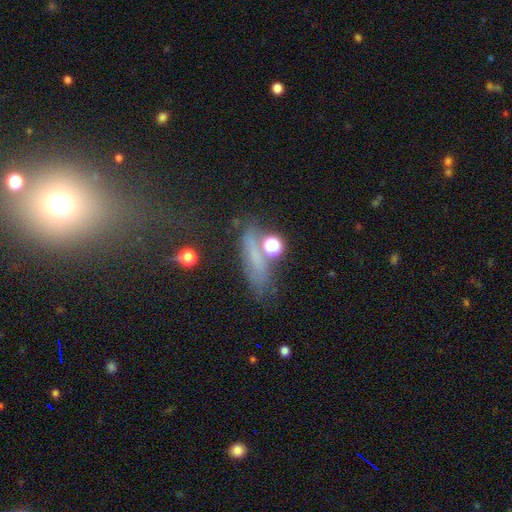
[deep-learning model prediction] This appears to be a smooth galaxy with no disk features (54%) that is cigar-shaped (43%). Merging: none (58%).